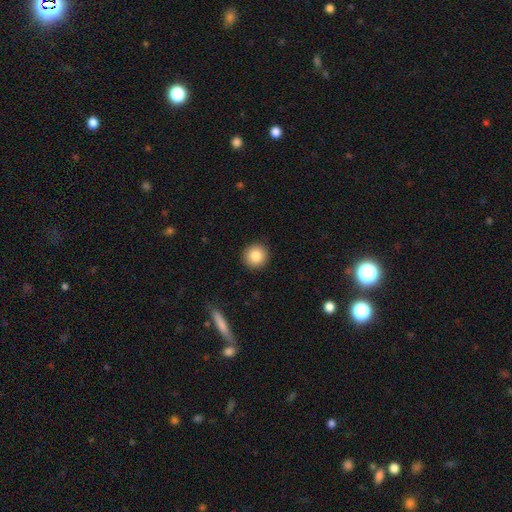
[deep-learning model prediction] A smooth galaxy with no disk features (85%) that is round (94%).

Vote fractions:
- Smooth or featured? smooth: 85% / star or artifact: 9% / featured or disk: 6%
- How rounded? round: 94% / in between: 5% / cigar-shaped: 1%
- Merging? none: 92% / minor disturbance: 5% / major disturbance: 2% / merger: 1%